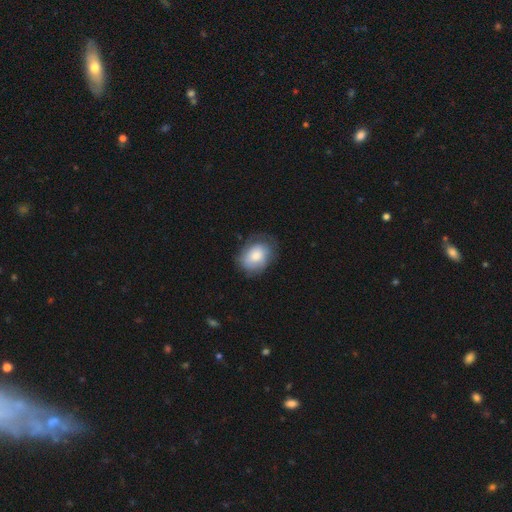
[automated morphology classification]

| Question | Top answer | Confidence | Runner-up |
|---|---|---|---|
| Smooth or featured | smooth | 74% | featured or disk (19%) |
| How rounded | in between | 70% | round (29%) |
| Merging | none | 61% | minor disturbance (26%) |